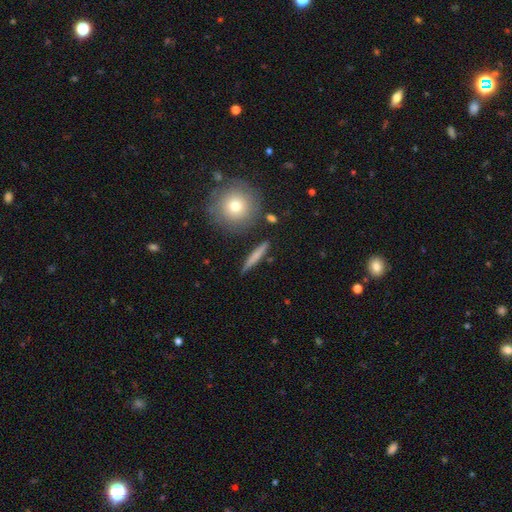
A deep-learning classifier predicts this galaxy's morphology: A smooth galaxy with no disk features (60%) that is cigar-shaped (89%).

Vote fractions:
- Smooth or featured? smooth: 60% / featured or disk: 33% / star or artifact: 7%
- How rounded? cigar-shaped: 89% / in between: 6% / round: 4%
- Merging? none: 87% / minor disturbance: 8% / merger: 3% / major disturbance: 2%